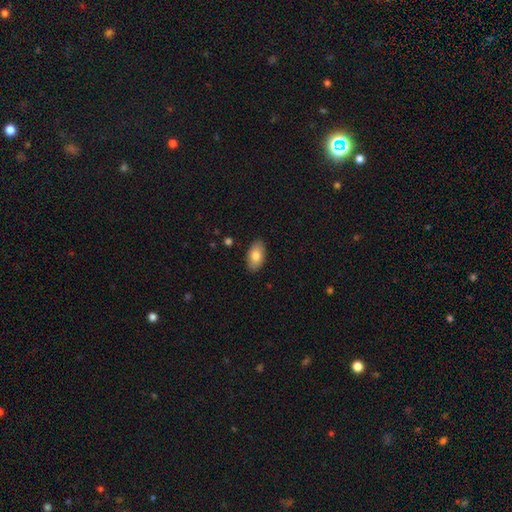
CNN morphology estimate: This is likely a smooth galaxy (79%). How rounded: clearly in between (94%). Merging: clearly none (88%).